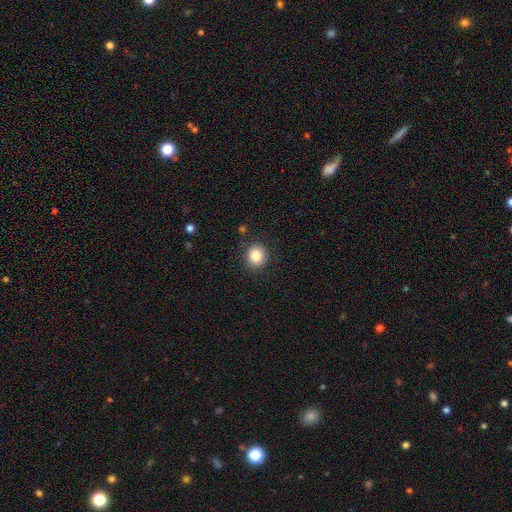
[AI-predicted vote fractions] Smooth or featured?
  - smooth: 85% *
  - star or artifact: 10%
  - featured or disk: 5%
How rounded?
  - round: 84% *
  - in between: 15%
  - cigar-shaped: 1%
Merging?
  - none: 87% *
  - minor disturbance: 8%
  - major disturbance: 3%
  - merger: 2%